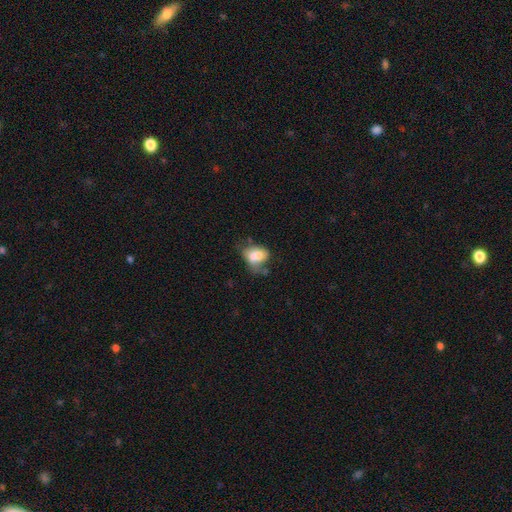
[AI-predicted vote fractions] This appears to be a smooth galaxy with no disk features (68%) that is in between round and cigar-shaped (68%). Merging: merger (36%).